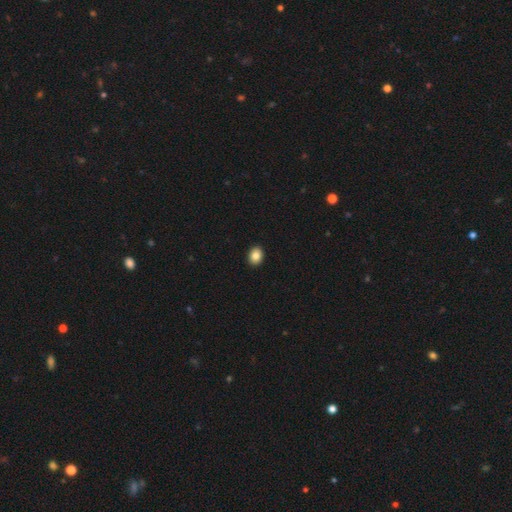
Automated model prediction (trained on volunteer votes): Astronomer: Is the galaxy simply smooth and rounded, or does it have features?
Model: smooth — 86%.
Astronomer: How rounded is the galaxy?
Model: in between — 61% (runner-up: round, 38%).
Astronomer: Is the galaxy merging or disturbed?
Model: none — 92%.